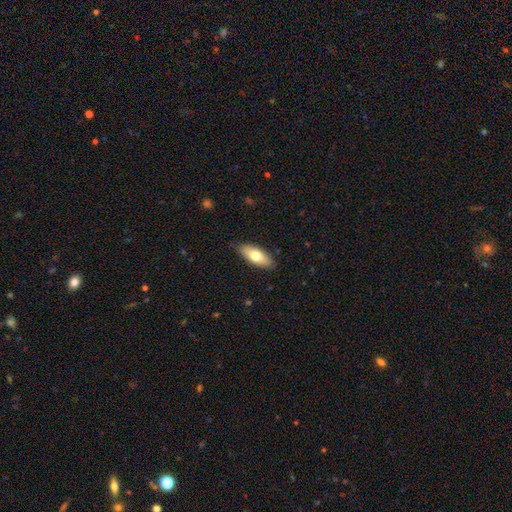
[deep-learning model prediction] Smooth or featured? Predicted: smooth (p=0.71). How rounded? Predicted: in between (p=0.83). Merging? Predicted: none (p=0.84).